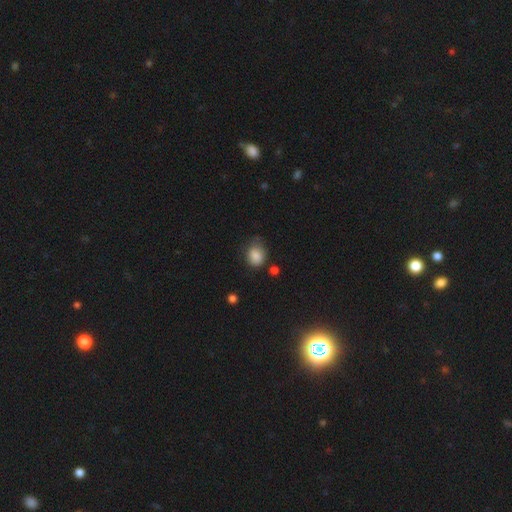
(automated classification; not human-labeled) smooth-or-featured: smooth: 83% | star or artifact: 9% | featured or disk: 8%
  how-rounded: in between: 51% | round: 48% | cigar-shaped: 1%
  merging: none: 51% | minor disturbance: 35% | major disturbance: 11% | merger: 4%